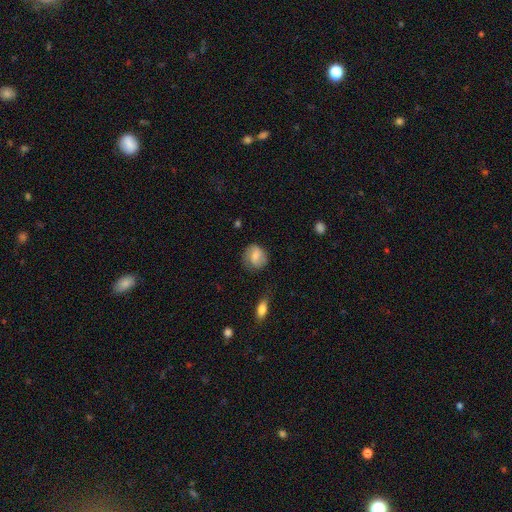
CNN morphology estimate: type=smooth (64%); roundness=round (72%); merging=none (71%).